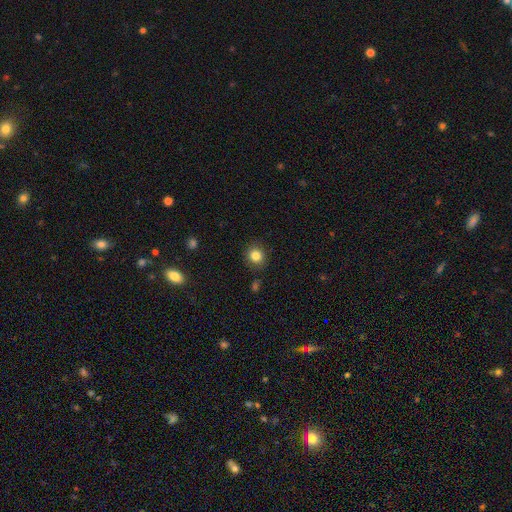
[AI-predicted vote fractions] Smooth or featured? smooth (83%)
How rounded? round (85%)
Merging? none (87%)